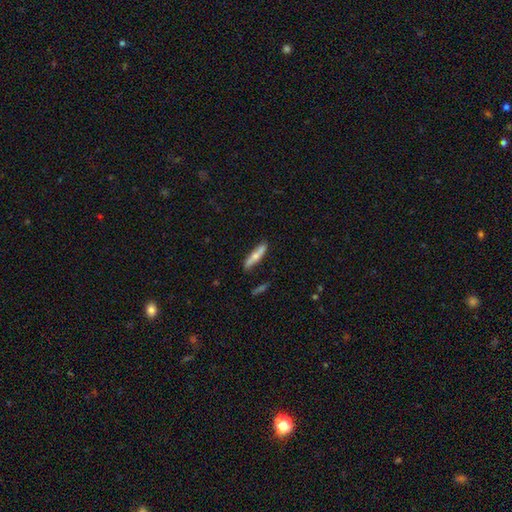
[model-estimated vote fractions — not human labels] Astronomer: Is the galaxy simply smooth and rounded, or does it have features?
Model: smooth — 56% (runner-up: featured or disk, 39%).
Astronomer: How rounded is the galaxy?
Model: cigar-shaped — 84%.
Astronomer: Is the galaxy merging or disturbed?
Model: none — 82%.